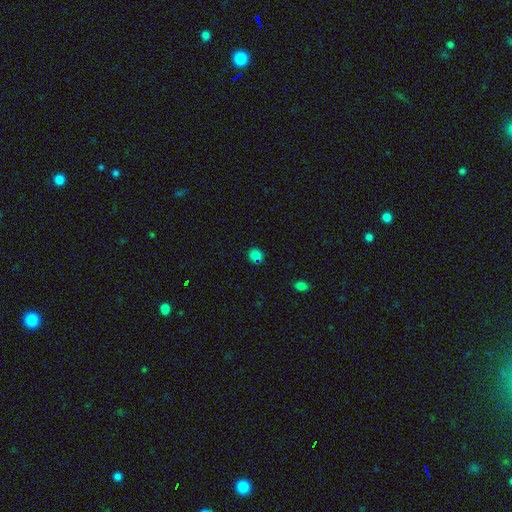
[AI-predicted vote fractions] Smooth or featured? smooth (79%)
How rounded? round (86%)
Merging? none (83%)